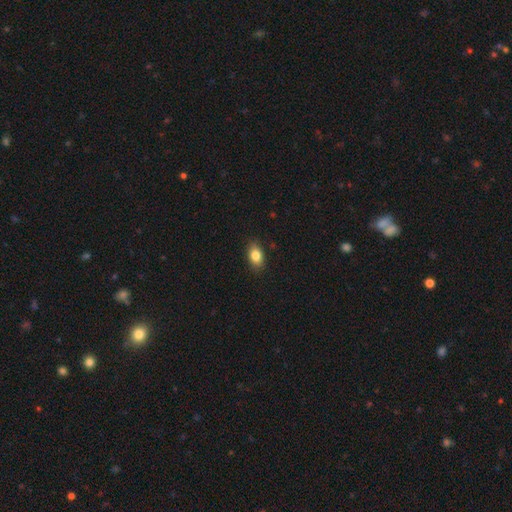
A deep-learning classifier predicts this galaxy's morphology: A smooth galaxy with no disk features (84%) that is in between round and cigar-shaped (87%).

Vote fractions:
- Smooth or featured? smooth: 84% / featured or disk: 8% / star or artifact: 8%
- How rounded? in between: 87% / round: 11% / cigar-shaped: 2%
- Merging? none: 87% / minor disturbance: 10% / major disturbance: 2% / merger: 1%